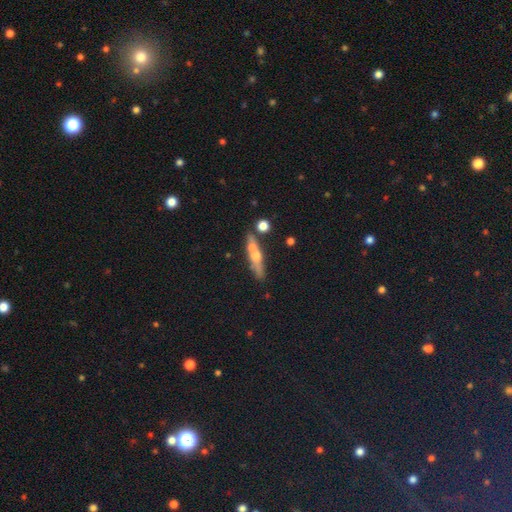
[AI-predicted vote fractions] smooth_or_featured: featured or disk (p=0.50) [alt: smooth p=0.42]
merging: none (p=0.59) [alt: merger p=0.23]